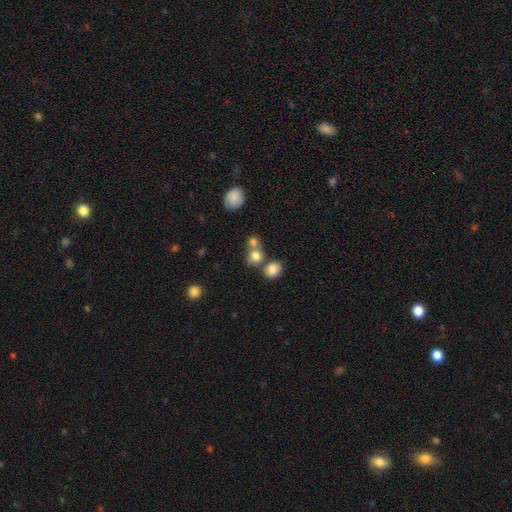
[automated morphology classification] This is likely a smooth galaxy (78%). How rounded: likely round (73%). Merging: marginally merger (44%).